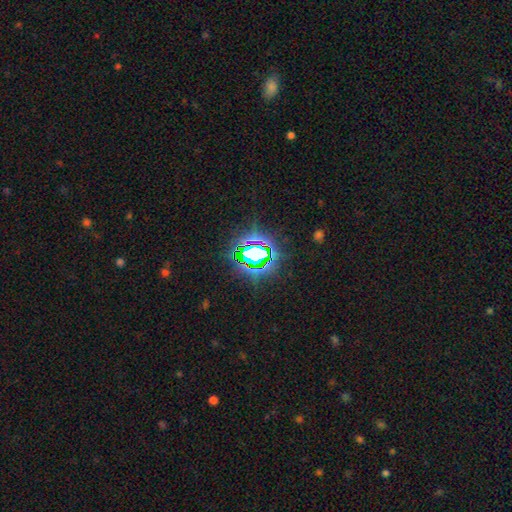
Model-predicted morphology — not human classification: Q: Smooth or featured?
A: star or artifact (74%); runner-up: smooth (15%)